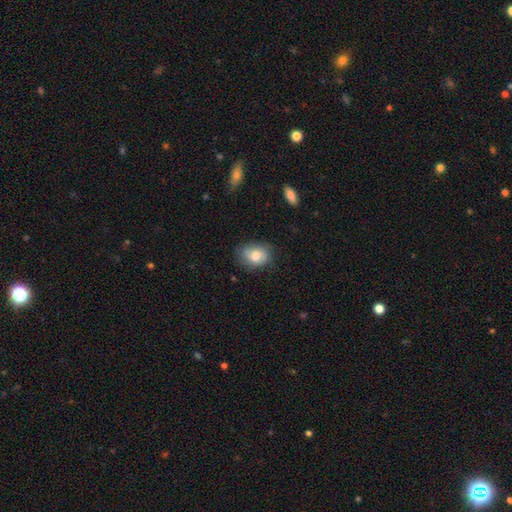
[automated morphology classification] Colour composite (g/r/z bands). It shows a smooth galaxy with no disk features (76%) that is in between round and cigar-shaped (61%). Merging: none (70%).